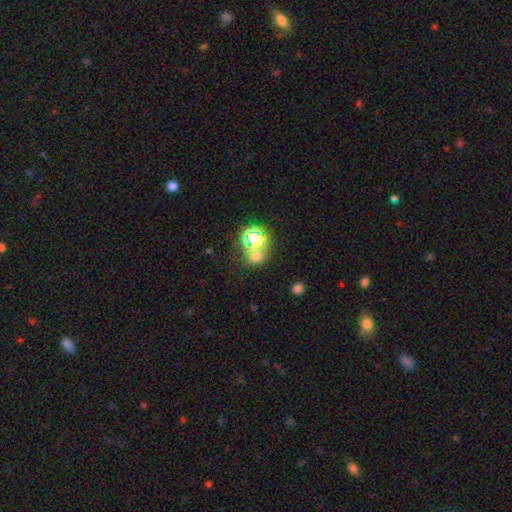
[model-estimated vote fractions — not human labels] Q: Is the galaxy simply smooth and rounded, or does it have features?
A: smooth — 52%.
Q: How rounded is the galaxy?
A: round — 77%.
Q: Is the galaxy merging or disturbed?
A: none — 60%.